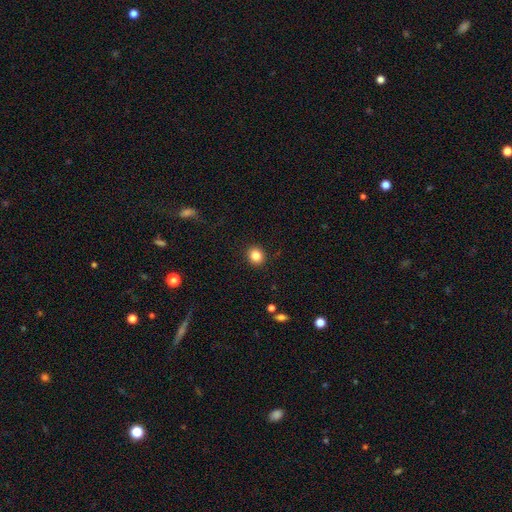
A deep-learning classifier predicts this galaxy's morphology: A smooth galaxy with no disk features (85%) that is round (80%). Merging: none (91%).